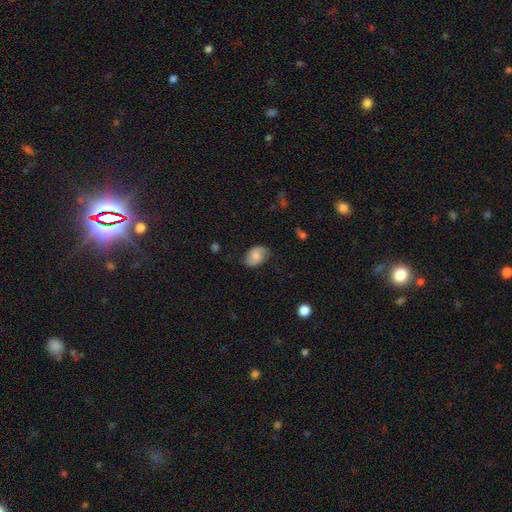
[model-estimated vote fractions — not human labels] smooth-or-featured: smooth: 58% | featured or disk: 34% | star or artifact: 8%
  how-rounded: in between: 83% | round: 16% | cigar-shaped: 1%
  merging: none: 73% | minor disturbance: 20% | major disturbance: 5% | merger: 1%